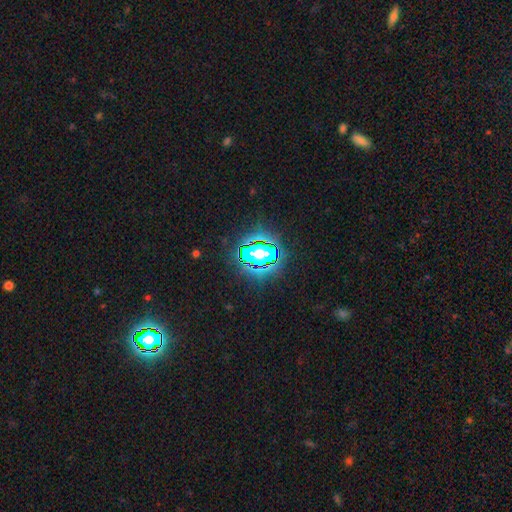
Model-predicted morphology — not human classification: This appears to be a star or artifact, not a galaxy (77%).